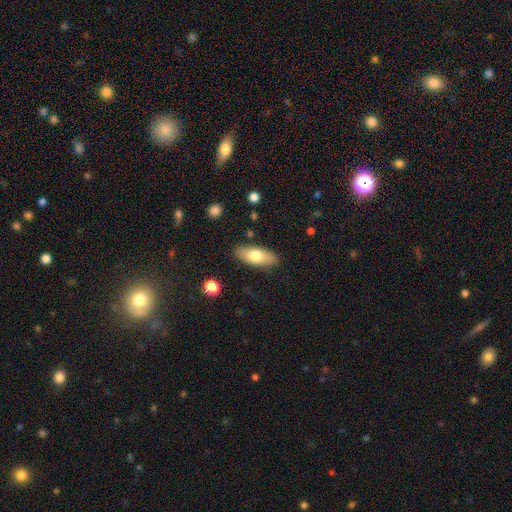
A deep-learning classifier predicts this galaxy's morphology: Smooth or featured? Predicted: smooth (p=0.71). How rounded? Predicted: in between (p=0.80). Merging? Predicted: none (p=0.86).